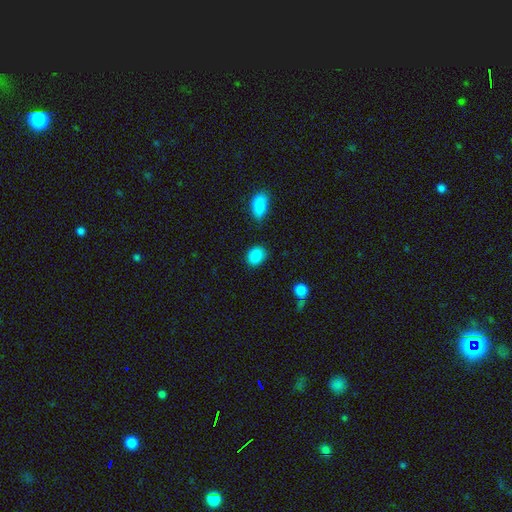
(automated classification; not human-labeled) This appears to be a smooth galaxy with no disk features (87%) that is in between round and cigar-shaped (50%). Merging: none (82%).